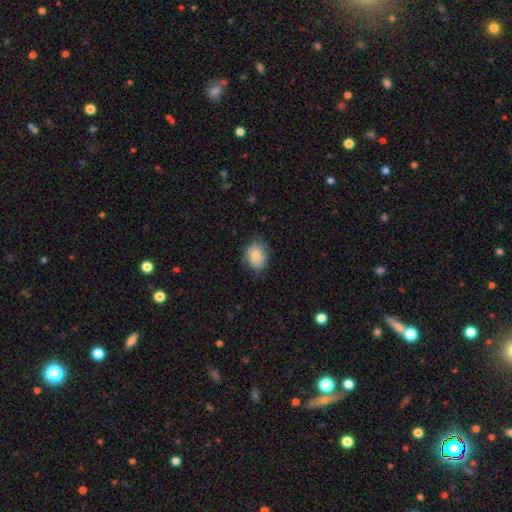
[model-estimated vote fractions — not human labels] Q: Smooth or featured?
A: smooth (82%); runner-up: featured or disk (11%)
Q: How rounded?
A: in between (58%); runner-up: round (41%)
Q: Merging?
A: none (68%); runner-up: minor disturbance (25%)